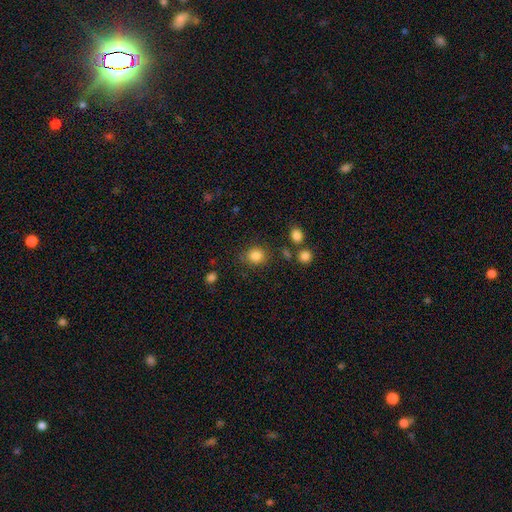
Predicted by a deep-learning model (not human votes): A smooth galaxy with no disk features (85%) that is round (75%).

Vote fractions:
- Smooth or featured? smooth: 85% / star or artifact: 11% / featured or disk: 5%
- How rounded? round: 75% / in between: 24% / cigar-shaped: 1%
- Merging? none: 79% / minor disturbance: 12% / major disturbance: 5% / merger: 4%